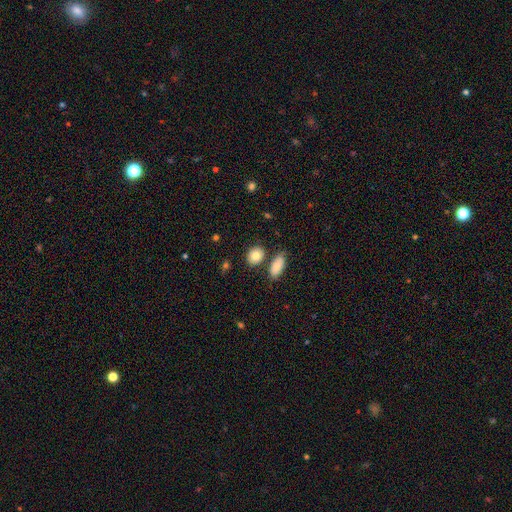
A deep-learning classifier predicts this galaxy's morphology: Q: Smooth or featured?
A: smooth (82%); runner-up: featured or disk (10%)
Q: How rounded?
A: in between (51%); runner-up: round (47%)
Q: Merging?
A: none (74%); runner-up: minor disturbance (12%)